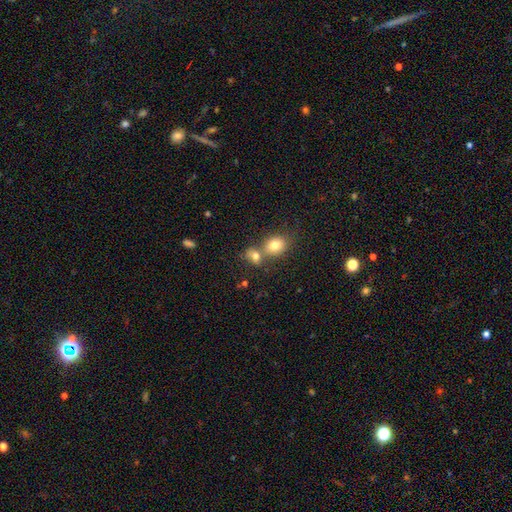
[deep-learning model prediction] Smooth or featured?
  - smooth: 75% *
  - star or artifact: 13%
  - featured or disk: 12%
How rounded?
  - in between: 52% *
  - round: 46%
  - cigar-shaped: 2%
Merging?
  - merger: 47% *
  - none: 41%
  - minor disturbance: 9%
  - major disturbance: 4%